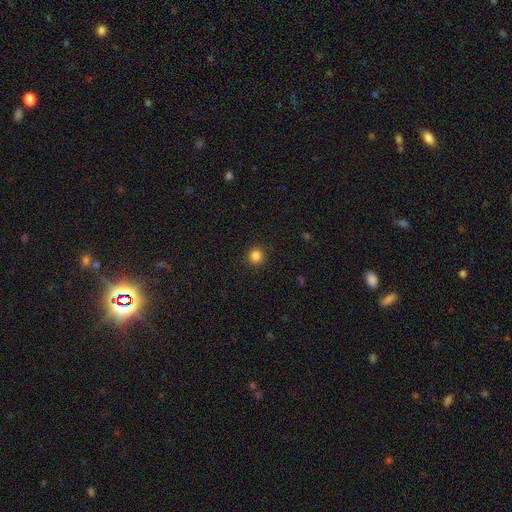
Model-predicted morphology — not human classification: The model was most divided on "smooth or featured": smooth: 84%, star or artifact: 12%, featured or disk: 4%. More confident: how rounded — round (92%); merging — none (91%).